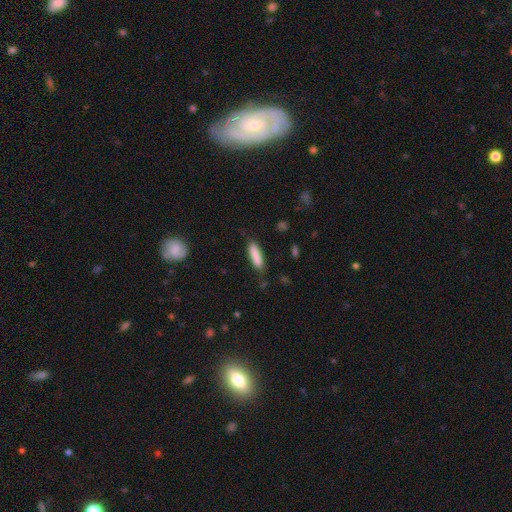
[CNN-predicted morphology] smooth 86%, featured or disk 7%, star or artifact 6%. Down the decision tree: how rounded — cigar-shaped (65%); merging — none (81%).